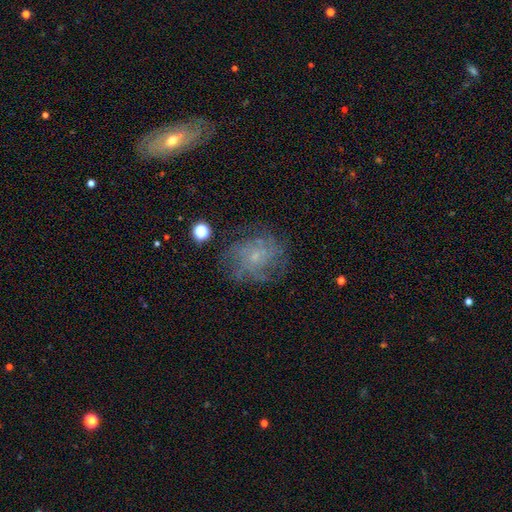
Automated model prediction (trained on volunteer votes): A featured or disk galaxy (64%) with no bar (78%), tight (51%) spiral arms (84%) and a small central bulge (77%).

Vote fractions:
- Smooth or featured? featured or disk: 64% / smooth: 22% / star or artifact: 14%
- Edge-on disk? no: 97% / yes: 3%
- Bar? no: 78% / weak: 19% / strong: 3%
- Spiral arms? yes: 84% / no: 16%
- Spiral winding? tight: 51% / medium: 34% / loose: 15%
- Spiral arm count? can't tell: 46% / 4: 17% / 3: 12% / more than 4: 11% / 2: 9% / 1: 6%
- Bulge size? small: 77% / moderate: 12% / none: 9% / large: 1% / dominant: 1%
- Merging? none: 70% / minor disturbance: 17% / major disturbance: 11% / merger: 2%